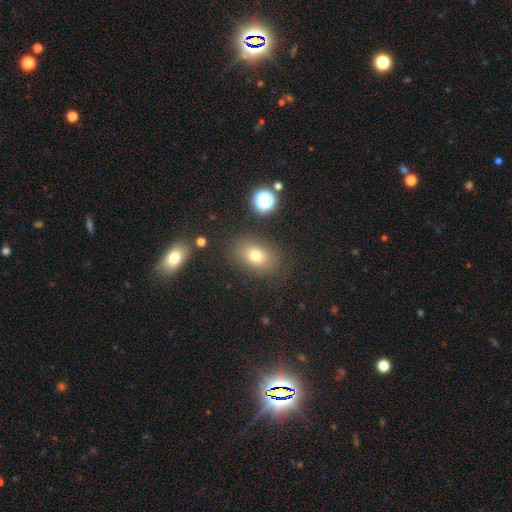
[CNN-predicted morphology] smooth-or-featured: smooth: 75% | star or artifact: 14% | featured or disk: 11%
  how-rounded: in between: 75% | round: 24% | cigar-shaped: 1%
  merging: none: 83% | minor disturbance: 10% | major disturbance: 4% | merger: 3%